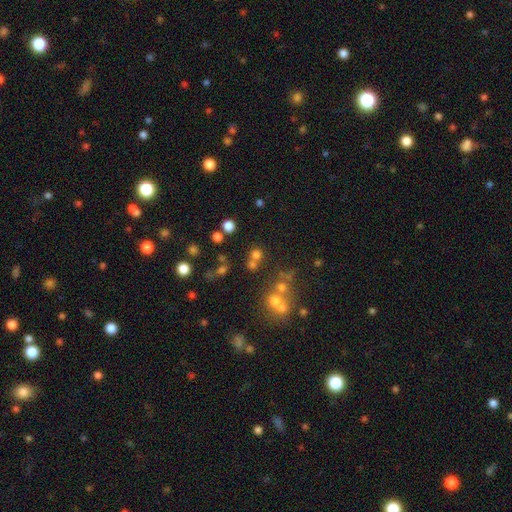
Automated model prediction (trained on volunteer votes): smooth 65%, star or artifact 23%, featured or disk 12%. Down the decision tree: how rounded — round (86%); merging — none (59%).